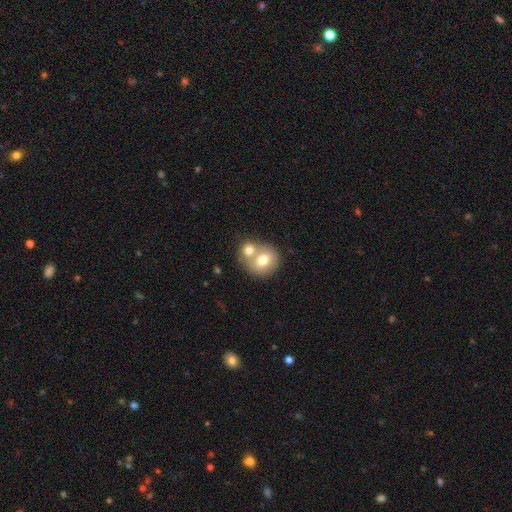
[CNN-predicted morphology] This is likely a smooth galaxy (67%). How rounded: likely round (77%). Merging: possibly merger (58%).